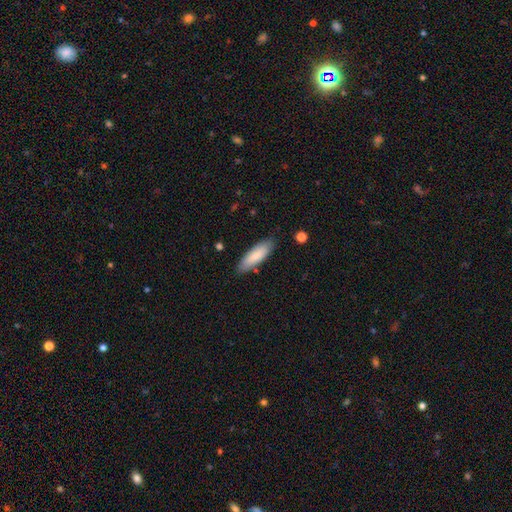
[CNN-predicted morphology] Q: Smooth or featured?
A: smooth (84%); runner-up: featured or disk (11%)
Q: How rounded?
A: in between (52%); runner-up: cigar-shaped (47%)
Q: Merging?
A: none (84%); runner-up: minor disturbance (12%)